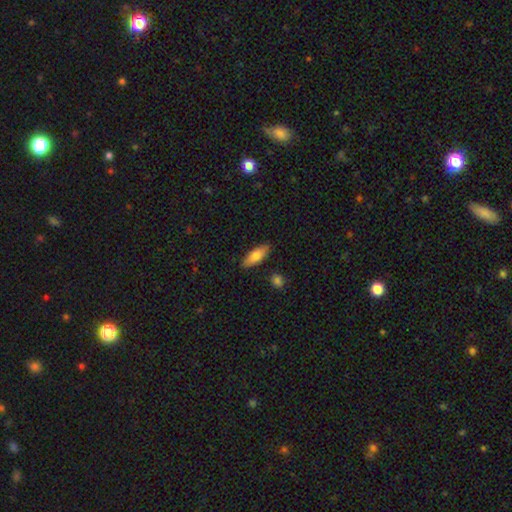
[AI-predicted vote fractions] This is likely a smooth galaxy (77%). How rounded: likely in between (67%). Merging: clearly none (86%).